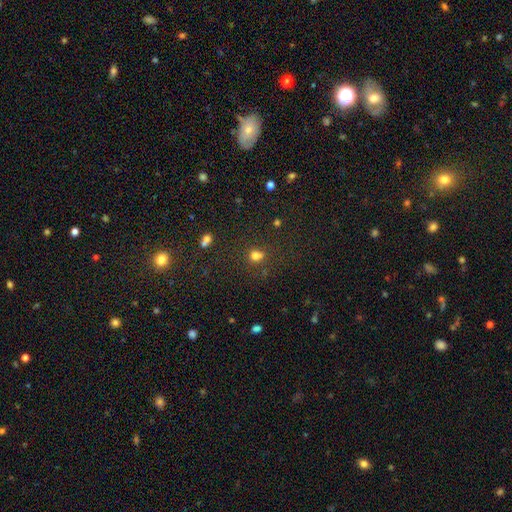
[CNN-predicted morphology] Smooth or featured? Predicted: smooth (p=0.72). How rounded? Predicted: round (p=0.68). Merging? Predicted: none (p=0.61).